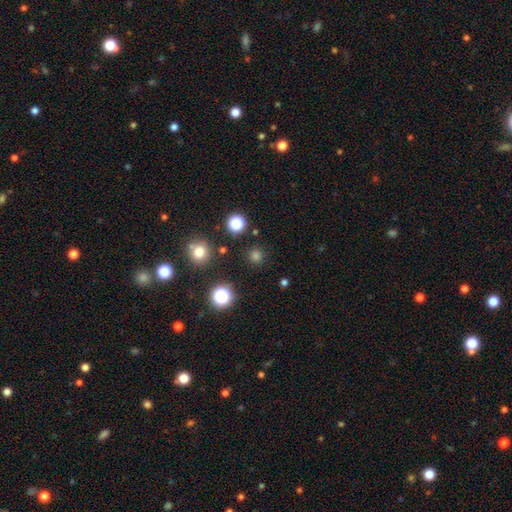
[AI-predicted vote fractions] This is likely a smooth galaxy (73%). How rounded: clearly round (94%). Merging: clearly none (88%).